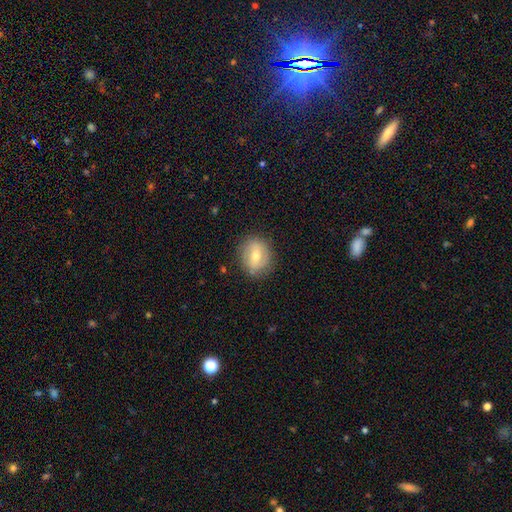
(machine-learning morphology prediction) smooth 54%, featured or disk 39%, star or artifact 7%. Down the decision tree: how rounded — round (68%); merging — none (81%).